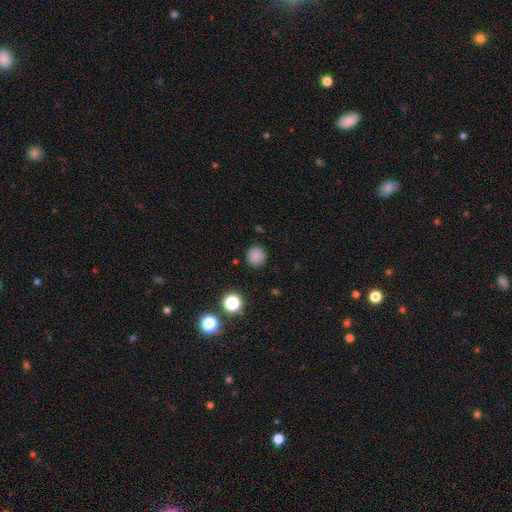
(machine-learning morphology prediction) Q: Smooth or featured?
A: smooth (82%); runner-up: star or artifact (13%)
Q: How rounded?
A: round (92%); runner-up: in between (7%)
Q: Merging?
A: none (85%); runner-up: minor disturbance (10%)